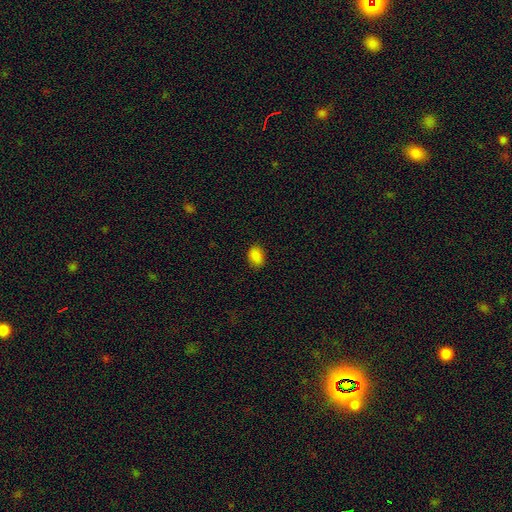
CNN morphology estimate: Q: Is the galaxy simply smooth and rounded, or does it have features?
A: smooth — 87%.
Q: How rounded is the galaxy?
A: in between — 78%.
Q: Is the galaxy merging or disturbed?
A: none — 86%.